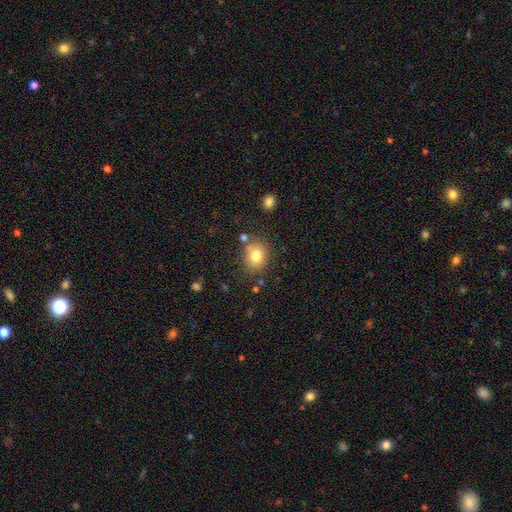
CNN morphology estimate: Smooth or featured?
  - smooth: 77% *
  - star or artifact: 12%
  - featured or disk: 11%
How rounded?
  - round: 65% *
  - in between: 34%
  - cigar-shaped: 1%
Merging?
  - none: 73% *
  - minor disturbance: 13%
  - merger: 9%
  - major disturbance: 4%